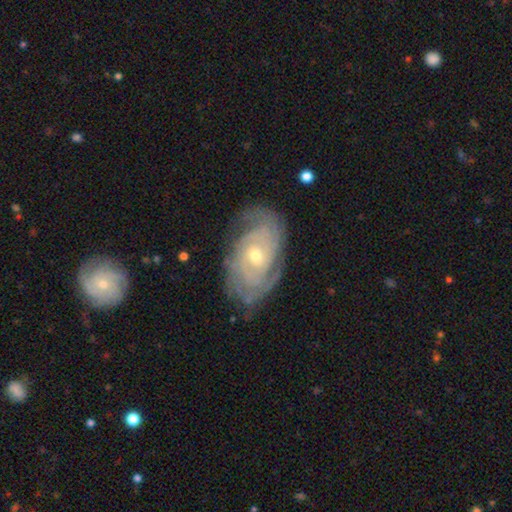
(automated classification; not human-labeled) This is clearly a featured or disk galaxy (86%). It is clearly not viewed edge-on (96%). Bar: likely no (69%). Spiral arm pattern: clearly yes (95%). Spiral arm count: marginally can't tell (34%). Spiral winding: likely tight (75%). Central bulge: possibly small (54%). Merging: likely none (75%).